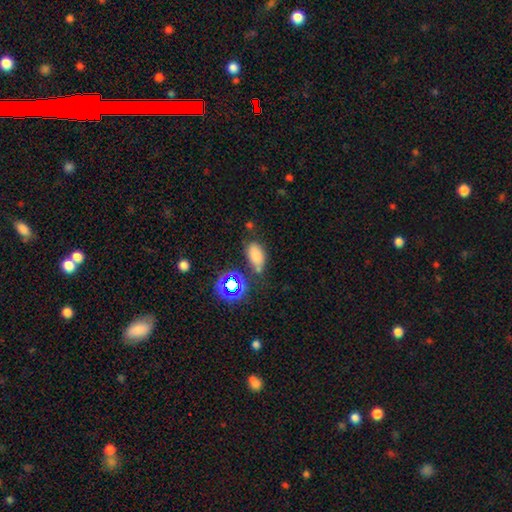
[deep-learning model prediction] Q: Smooth or featured?
A: smooth (72%); runner-up: star or artifact (19%)
Q: How rounded?
A: in between (89%); runner-up: round (8%)
Q: Merging?
A: none (62%); runner-up: minor disturbance (20%)